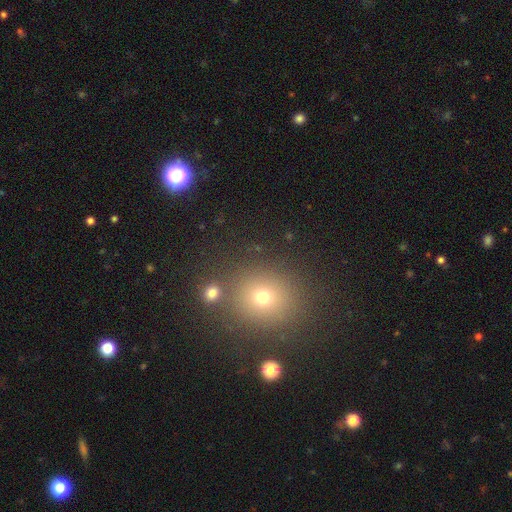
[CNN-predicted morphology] Smooth or featured: smooth — 57% (star or artifact — 34%)
How rounded: round — 82% (in between — 17%)
Merging: none — 84% (minor disturbance — 7%)